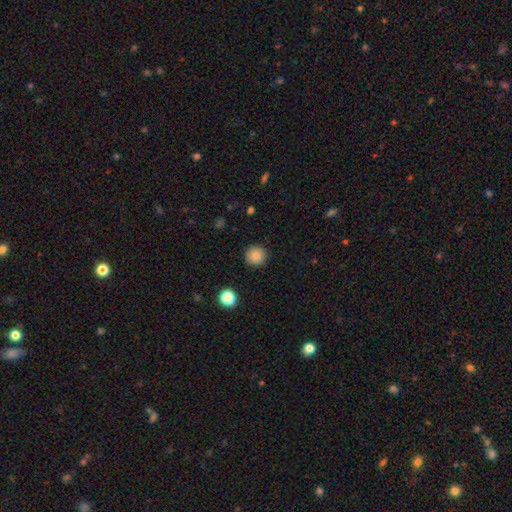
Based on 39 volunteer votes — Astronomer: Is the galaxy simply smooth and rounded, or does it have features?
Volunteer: smooth — 92%.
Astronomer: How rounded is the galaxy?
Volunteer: round — 97%.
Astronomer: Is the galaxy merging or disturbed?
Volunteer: none — 89%.